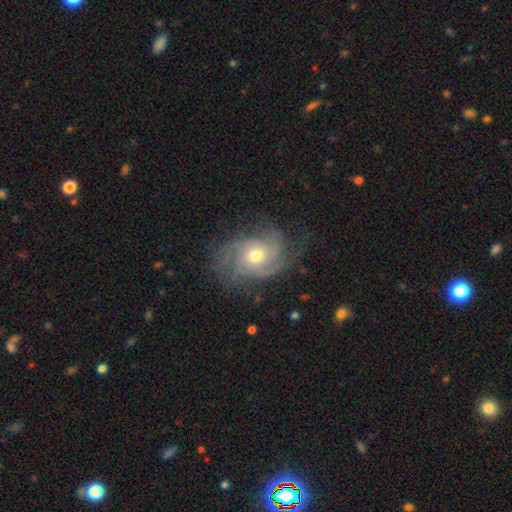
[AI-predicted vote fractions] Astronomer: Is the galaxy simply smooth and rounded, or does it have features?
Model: featured or disk — 86%.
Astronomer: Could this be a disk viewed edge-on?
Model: no — 97%.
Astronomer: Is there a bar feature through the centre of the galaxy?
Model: no — 77%.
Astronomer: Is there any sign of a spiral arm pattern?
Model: yes — 97%.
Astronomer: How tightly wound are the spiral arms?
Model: tight — 51% (runner-up: medium, 38%).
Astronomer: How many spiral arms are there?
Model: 3 — 30% (runner-up: can't tell, 22%).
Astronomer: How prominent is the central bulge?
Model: moderate — 67%.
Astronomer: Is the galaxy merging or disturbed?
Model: none — 68%.